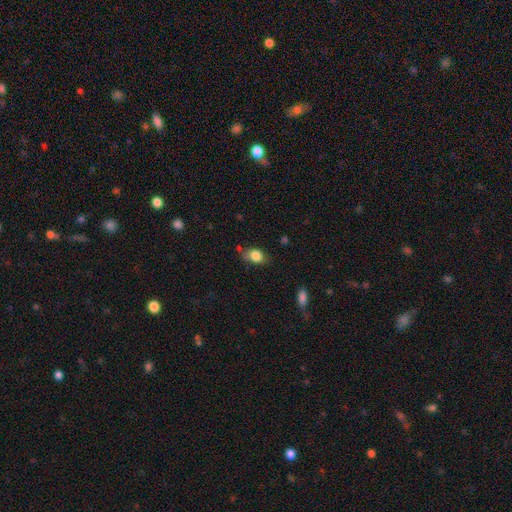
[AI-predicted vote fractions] A smooth galaxy with no disk features (82%) that is in between round and cigar-shaped (74%).

Vote fractions:
- Smooth or featured? smooth: 82% / featured or disk: 9% / star or artifact: 9%
- How rounded? in between: 74% / round: 24% / cigar-shaped: 2%
- Merging? none: 64% / minor disturbance: 26% / major disturbance: 6% / merger: 4%